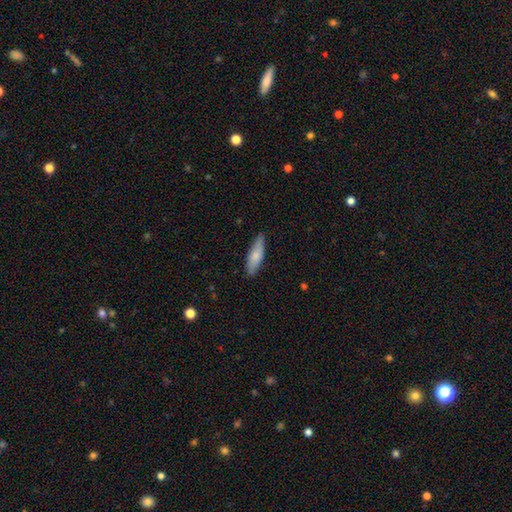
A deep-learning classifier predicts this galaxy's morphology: Q: Smooth or featured?
A: smooth (76%); runner-up: featured or disk (18%)
Q: How rounded?
A: cigar-shaped (55%); runner-up: in between (43%)
Q: Merging?
A: none (84%); runner-up: minor disturbance (13%)